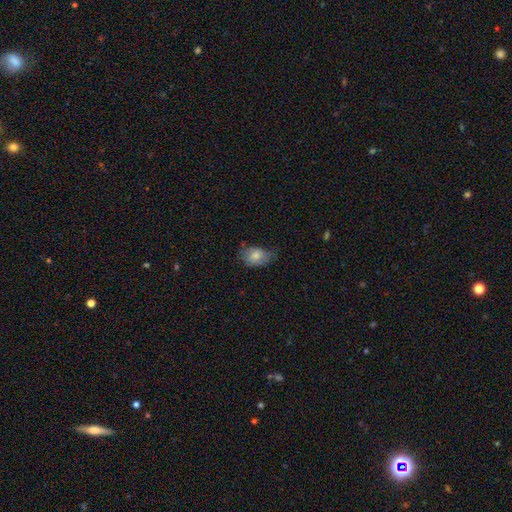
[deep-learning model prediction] A smooth galaxy with no disk features (77%) that is in between round and cigar-shaped (77%). Merging: none (51%).